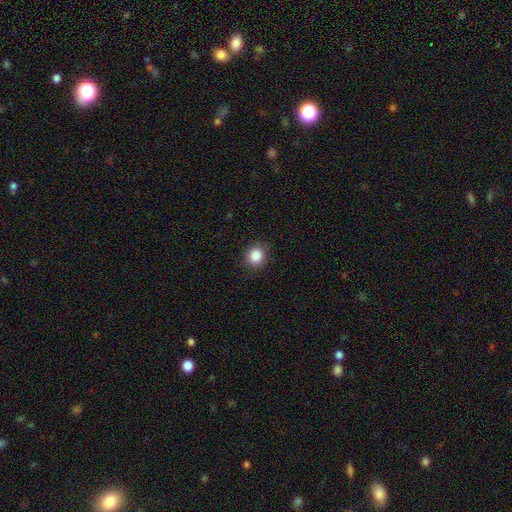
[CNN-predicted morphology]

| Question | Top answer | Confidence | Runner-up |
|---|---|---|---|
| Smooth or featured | smooth | 86% | star or artifact (10%) |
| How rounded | round | 77% | in between (22%) |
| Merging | none | 88% | minor disturbance (9%) |